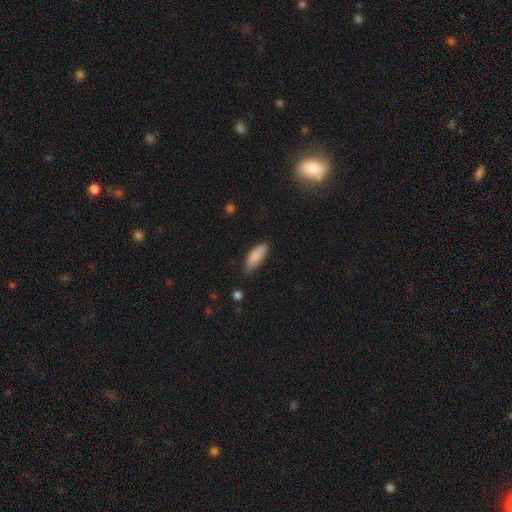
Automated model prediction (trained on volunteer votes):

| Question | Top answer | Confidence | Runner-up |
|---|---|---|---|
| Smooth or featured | smooth | 87% | featured or disk (6%) |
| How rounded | in between | 74% | cigar-shaped (24%) |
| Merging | none | 71% | minor disturbance (23%) |